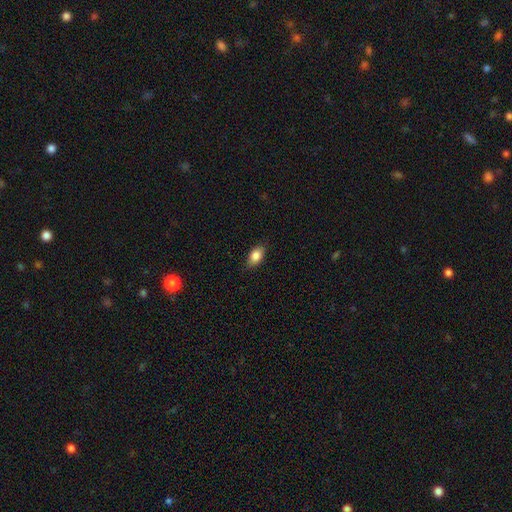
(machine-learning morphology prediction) smooth 84%, featured or disk 8%, star or artifact 8%. Down the decision tree: how rounded — in between (88%); merging — none (85%).